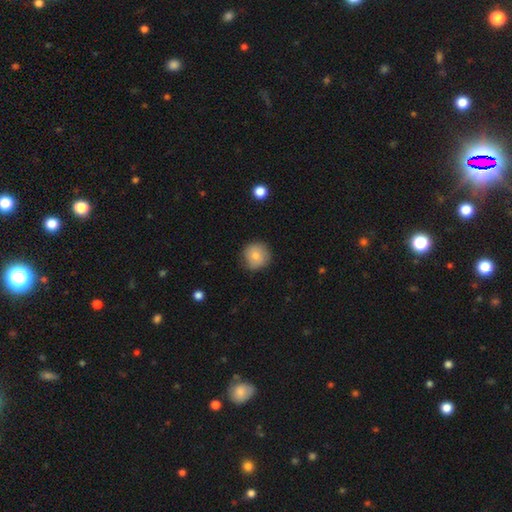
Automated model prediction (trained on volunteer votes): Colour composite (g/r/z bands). It shows a smooth galaxy with no disk features (79%) that is round (93%). Merging: none (83%).